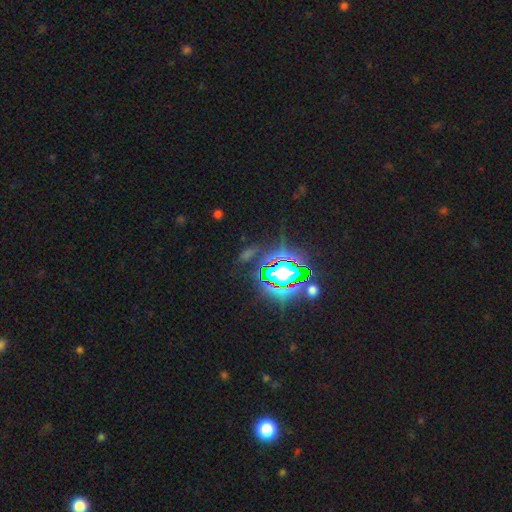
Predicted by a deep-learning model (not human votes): Overall: star or artifact (80%).